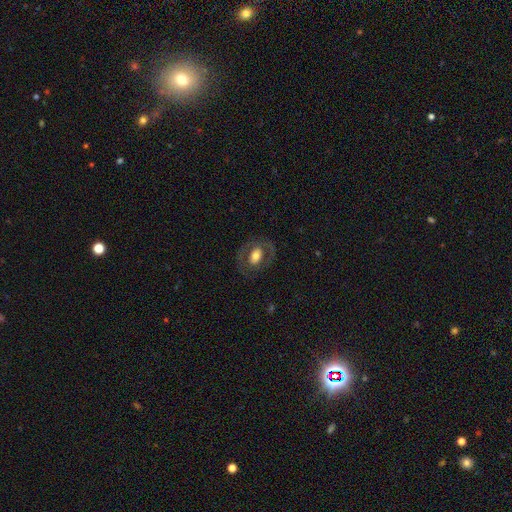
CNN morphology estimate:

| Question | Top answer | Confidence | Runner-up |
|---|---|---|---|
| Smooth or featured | smooth | 48% | featured or disk (45%) |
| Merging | none | 77% | minor disturbance (13%) |